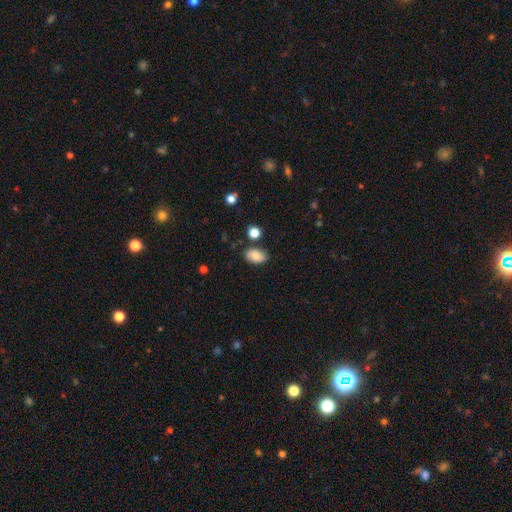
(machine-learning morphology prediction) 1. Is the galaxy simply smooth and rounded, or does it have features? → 82% smooth, 10% featured or disk, 9% star or artifact.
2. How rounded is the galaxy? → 87% in between, 12% round, 1% cigar-shaped.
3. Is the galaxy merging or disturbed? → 79% none, 14% minor disturbance, 4% merger, 3% major disturbance.